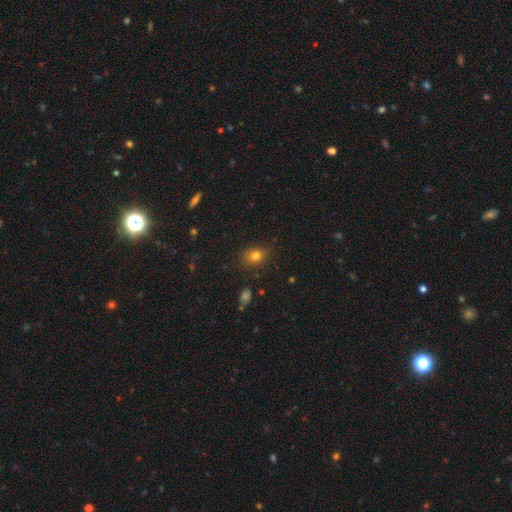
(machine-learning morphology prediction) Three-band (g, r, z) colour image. It shows a smooth galaxy with no disk features (79%) that is in between round and cigar-shaped (58%). Merging: none (82%).